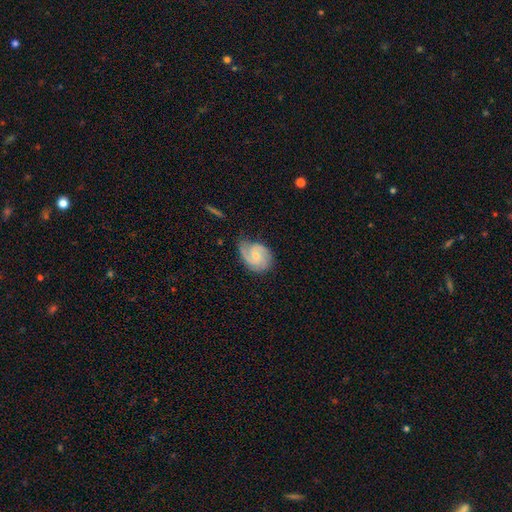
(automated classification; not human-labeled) Smooth or featured?
  - featured or disk: 84% *
  - smooth: 11%
  - star or artifact: 5%
Edge-on disk?
  - no: 98% *
  - yes: 2%
Bar?
  - no: 51% *
  - weak: 43%
  - strong: 6%
Spiral arms?
  - yes: 97% *
  - no: 3%
Spiral winding?
  - medium: 47% *
  - tight: 42%
  - loose: 12%
Spiral arm count?
  - 2: 59% *
  - 3: 23%
  - can't tell: 8%
  - 1: 4%
  - 4: 3%
  - more than 4: 2%
Bulge size?
  - small: 57% *
  - moderate: 38%
  - none: 4%
  - large: 1%
  - dominant: 1%
Merging?
  - none: 68% *
  - minor disturbance: 23%
  - major disturbance: 7%
  - merger: 2%